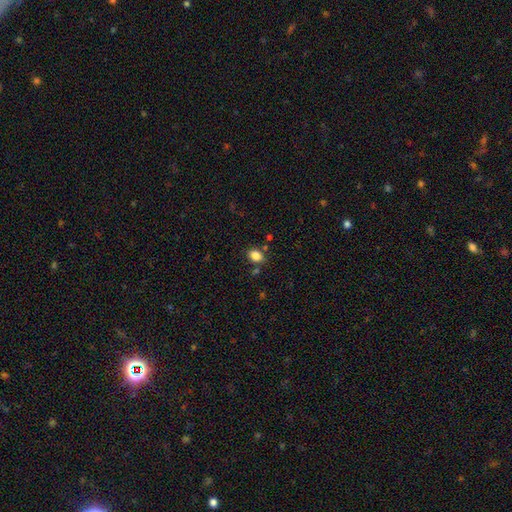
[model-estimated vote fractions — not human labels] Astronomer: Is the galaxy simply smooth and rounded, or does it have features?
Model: smooth — 85%.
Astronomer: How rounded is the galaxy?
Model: in between — 74%.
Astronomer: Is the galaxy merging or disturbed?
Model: none — 78%.